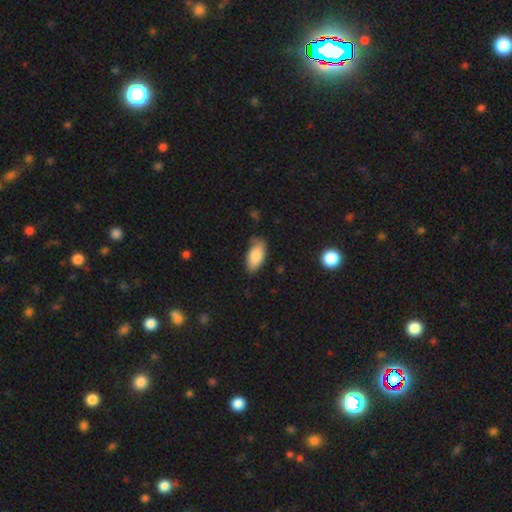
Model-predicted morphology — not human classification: Smooth or featured? Predicted: smooth (p=0.83). How rounded? Predicted: in between (p=0.93). Merging? Predicted: none (p=0.68).